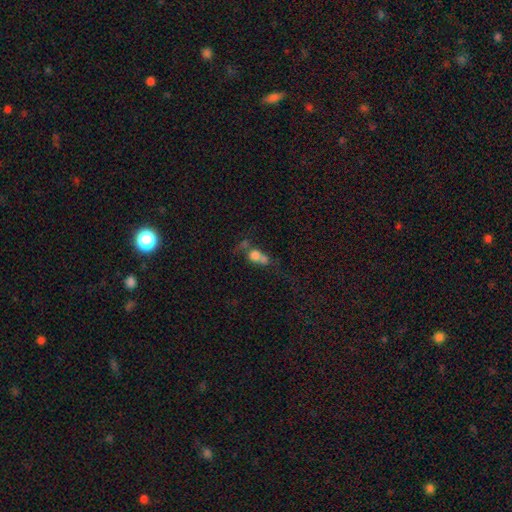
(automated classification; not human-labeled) Q: Smooth or featured?
A: smooth (66%); runner-up: featured or disk (20%)
Q: How rounded?
A: round (62%); runner-up: in between (34%)
Q: Merging?
A: merger (60%); runner-up: none (22%)